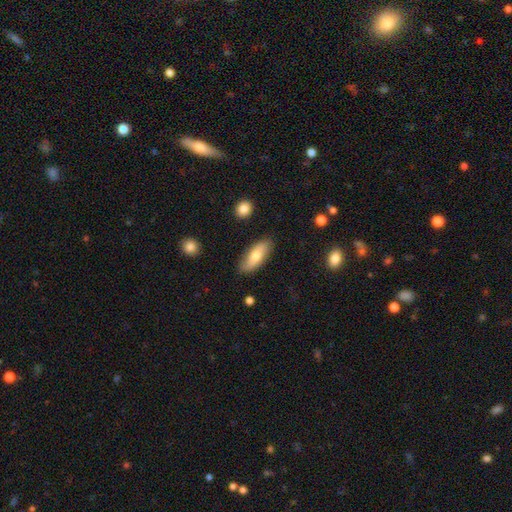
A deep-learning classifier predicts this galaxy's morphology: Smooth or featured: smooth — 68% (featured or disk — 26%)
How rounded: in between — 73% (cigar-shaped — 25%)
Merging: none — 83% (minor disturbance — 13%)